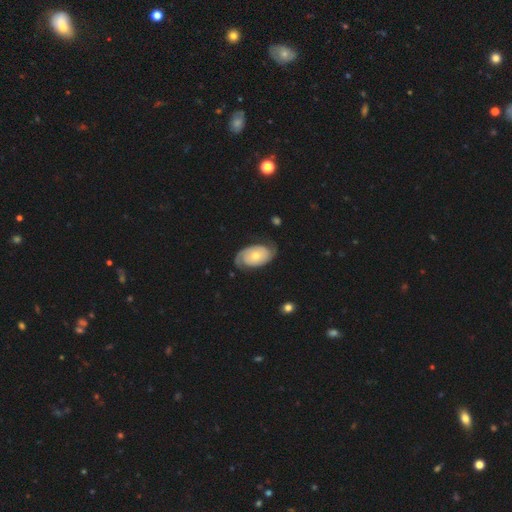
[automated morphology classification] Smooth or featured?
  - featured or disk: 73% *
  - smooth: 22%
  - star or artifact: 5%
Edge-on disk?
  - no: 96% *
  - yes: 4%
Bar?
  - no: 81% *
  - weak: 16%
  - strong: 4%
Spiral arms?
  - yes: 90% *
  - no: 10%
Spiral winding?
  - tight: 54% *
  - medium: 29%
  - loose: 16%
Spiral arm count?
  - 2: 76% *
  - can't tell: 11%
  - 1: 8%
  - 3: 2%
  - 4: 1%
  - more than 4: 1%
Bulge size?
  - moderate: 48% *
  - small: 46%
  - large: 3%
  - none: 1%
  - dominant: 1%
Merging?
  - none: 70% *
  - minor disturbance: 19%
  - major disturbance: 9%
  - merger: 1%